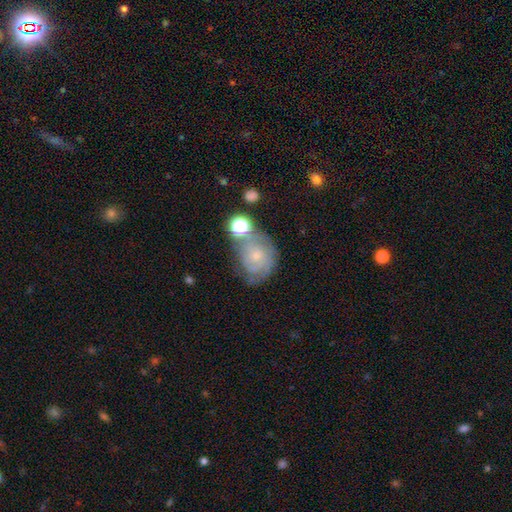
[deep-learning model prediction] Smooth or featured: featured or disk — 56% (smooth — 32%)
Edge-on disk: no — 97% (yes — 3%)
Bar: no — 79% (weak — 18%)
Spiral arms: yes — 79% (no — 21%)
Bulge size: small — 68% (moderate — 23%)
Merging: none — 45% (minor disturbance — 23%)